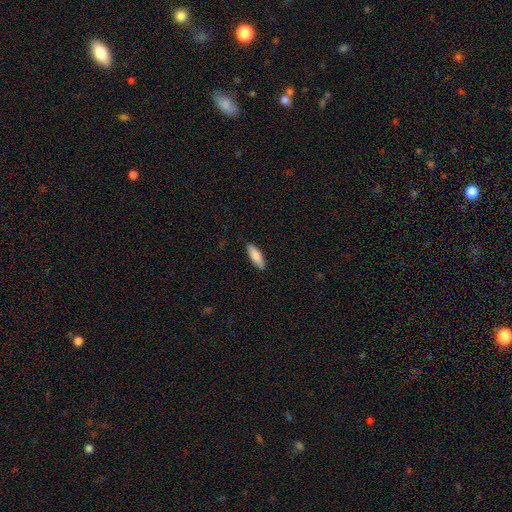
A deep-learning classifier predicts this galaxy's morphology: The model was most divided on "how rounded": in between: 57%, cigar-shaped: 41%, round: 2%. More confident: merging — none (89%); smooth or featured — smooth (85%).